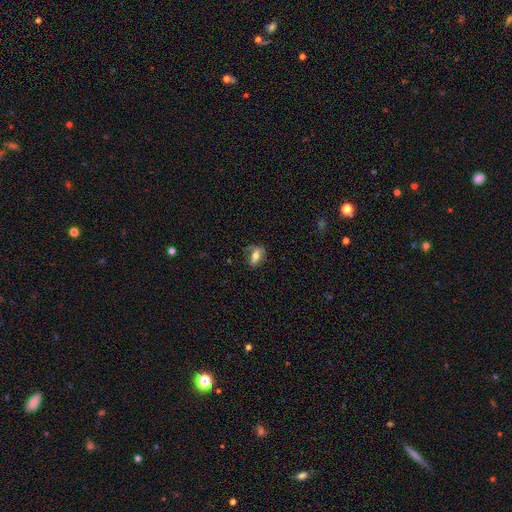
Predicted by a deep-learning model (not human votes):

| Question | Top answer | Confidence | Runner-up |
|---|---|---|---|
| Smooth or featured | smooth | 63% | featured or disk (27%) |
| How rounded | in between | 79% | cigar-shaped (12%) |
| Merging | none | 58% | minor disturbance (26%) |